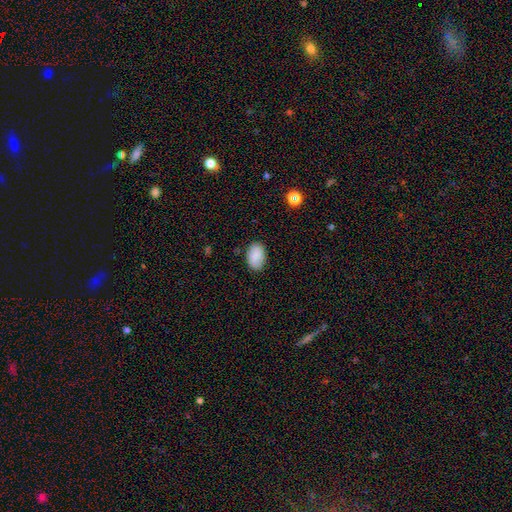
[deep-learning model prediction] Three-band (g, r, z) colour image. It shows a smooth galaxy with no disk features (84%) that is in between round and cigar-shaped (89%). Merging: none (82%).